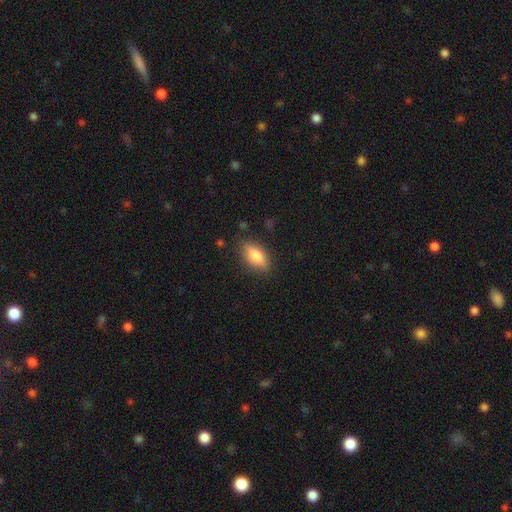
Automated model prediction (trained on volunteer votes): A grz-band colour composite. It shows a smooth galaxy with no disk features (70%) that is in between round and cigar-shaped (76%). Merging: none (83%).